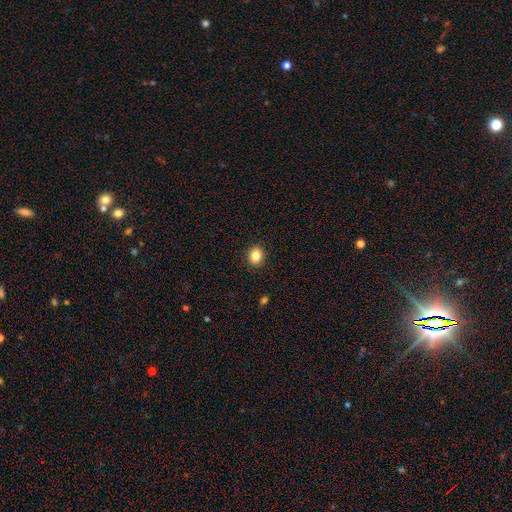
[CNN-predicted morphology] Smooth or featured: smooth — 85% (star or artifact — 10%)
How rounded: round — 65% (in between — 34%)
Merging: none — 91% (minor disturbance — 6%)